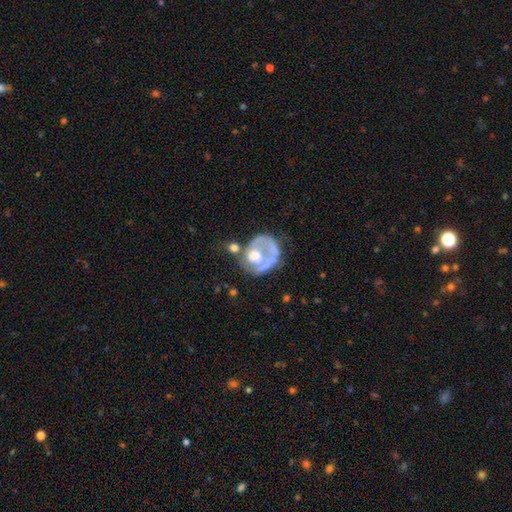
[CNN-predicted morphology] smooth_or_featured: featured or disk (p=0.57) [alt: smooth p=0.34]
disk_edge_on: no (p=0.97) [alt: yes p=0.03]
bar: no (p=0.89) [alt: weak p=0.08]
has_spiral_arms: no (p=0.78) [alt: yes p=0.22]
bulge_size: moderate (p=0.47) [alt: large p=0.25]
merging: none (p=0.35) [alt: major disturbance p=0.30]